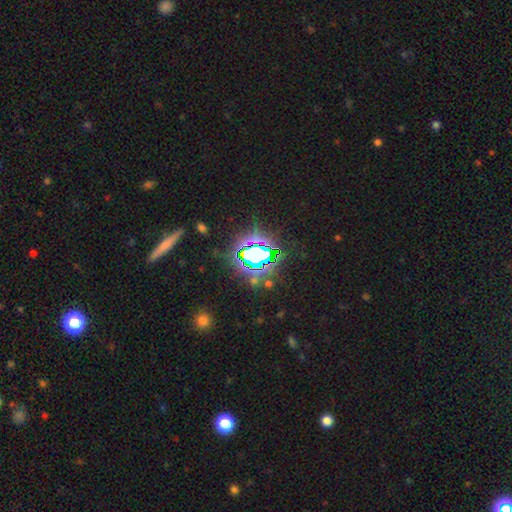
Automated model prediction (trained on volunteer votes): Overall: star or artifact (75%).